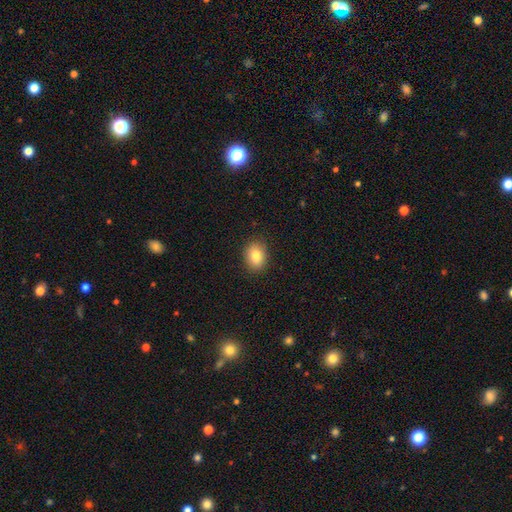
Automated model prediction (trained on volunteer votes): smooth 84%, star or artifact 9%, featured or disk 8%. Down the decision tree: how rounded — in between (66%); merging — none (88%).